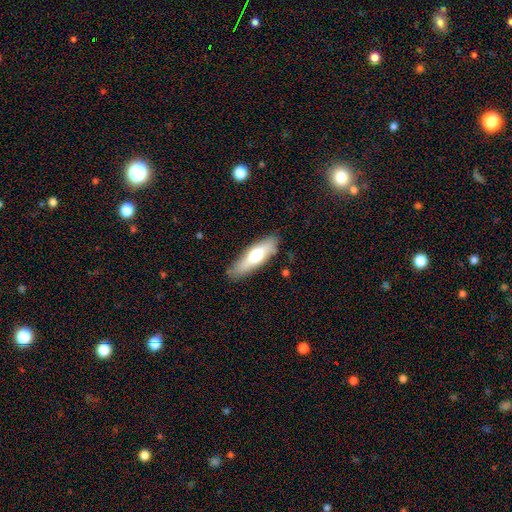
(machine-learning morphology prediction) Q: Smooth or featured?
A: smooth (59%); runner-up: featured or disk (35%)
Q: How rounded?
A: cigar-shaped (54%); runner-up: in between (44%)
Q: Merging?
A: none (82%); runner-up: minor disturbance (13%)